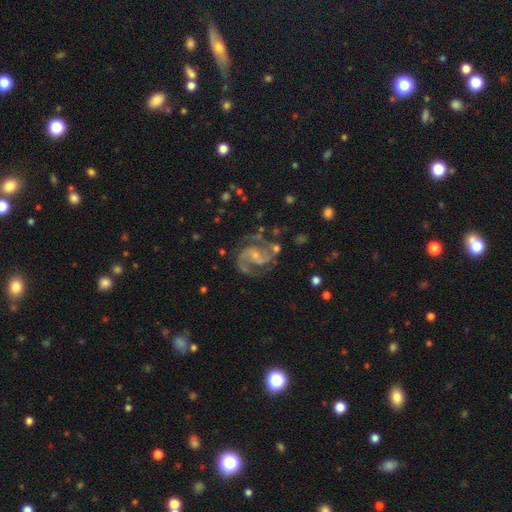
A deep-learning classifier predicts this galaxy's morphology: Smooth or featured?
  - featured or disk: 92% *
  - star or artifact: 5%
  - smooth: 4%
Edge-on disk?
  - no: 98% *
  - yes: 2%
Bar?
  - no: 44% *
  - weak: 43%
  - strong: 13%
Spiral arms?
  - yes: 98% *
  - no: 2%
Spiral winding?
  - medium: 64% *
  - tight: 22%
  - loose: 15%
Spiral arm count?
  - 2: 88% *
  - 3: 4%
  - can't tell: 3%
  - 1: 2%
  - 4: 1%
  - more than 4: 1%
Bulge size?
  - small: 66% *
  - moderate: 24%
  - none: 8%
  - large: 2%
  - dominant: 1%
Merging?
  - none: 69% *
  - minor disturbance: 17%
  - major disturbance: 10%
  - merger: 3%